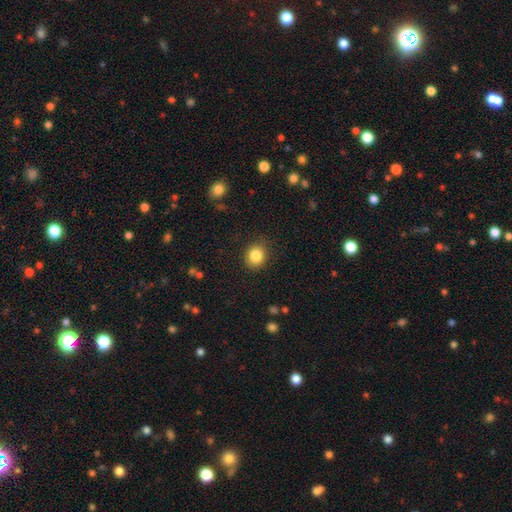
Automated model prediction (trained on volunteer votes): A smooth galaxy with no disk features (84%) that is round (71%).

Vote fractions:
- Smooth or featured? smooth: 84% / star or artifact: 10% / featured or disk: 6%
- How rounded? round: 71% / in between: 28% / cigar-shaped: 1%
- Merging? none: 87% / minor disturbance: 9% / major disturbance: 3% / merger: 1%